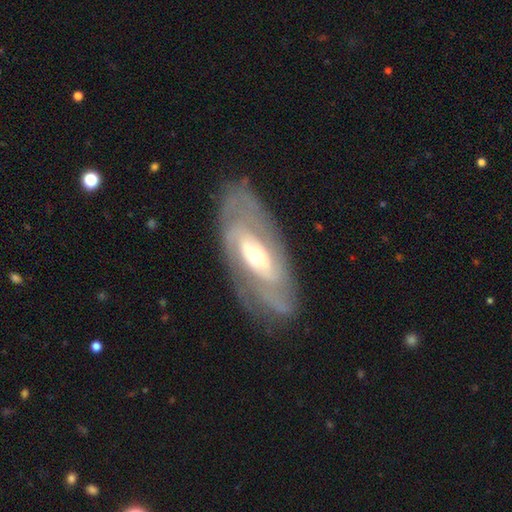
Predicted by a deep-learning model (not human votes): This is clearly a featured or disk galaxy (81%). It is clearly not viewed edge-on (89%). Bar: marginally no (44%). Spiral arm pattern: clearly yes (85%). Spiral arm count: marginally can't tell (42%). Spiral winding: likely tight (64%). Central bulge: possibly small (49%). Merging: likely none (78%).